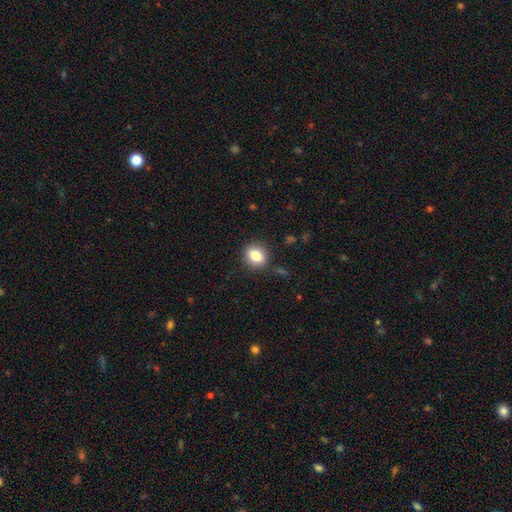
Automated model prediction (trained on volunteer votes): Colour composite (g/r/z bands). It shows a smooth galaxy with no disk features (80%) that is round (66%). Merging: none (87%).